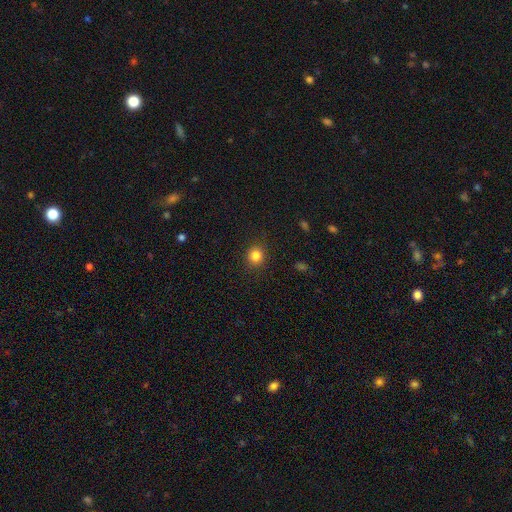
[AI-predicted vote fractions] Smooth or featured: smooth — 84% (star or artifact — 12%)
How rounded: round — 87% (in between — 12%)
Merging: none — 90% (minor disturbance — 7%)